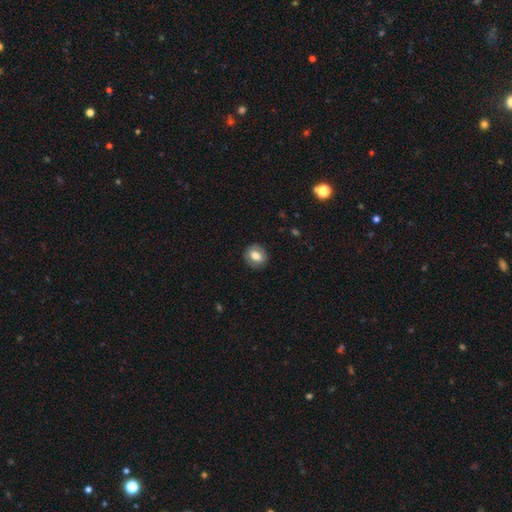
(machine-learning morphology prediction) A smooth galaxy with no disk features (71%) that is round (66%). Merging: none (86%).